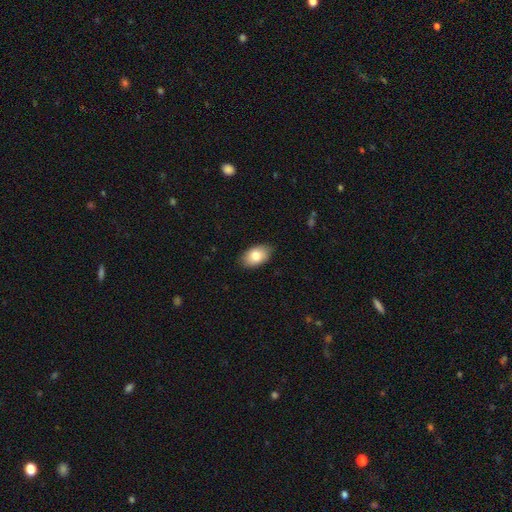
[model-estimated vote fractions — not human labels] smooth-or-featured: smooth: 80% | featured or disk: 13% | star or artifact: 7%
  how-rounded: in between: 91% | round: 8% | cigar-shaped: 1%
  merging: none: 84% | minor disturbance: 13% | major disturbance: 2% | merger: 1%